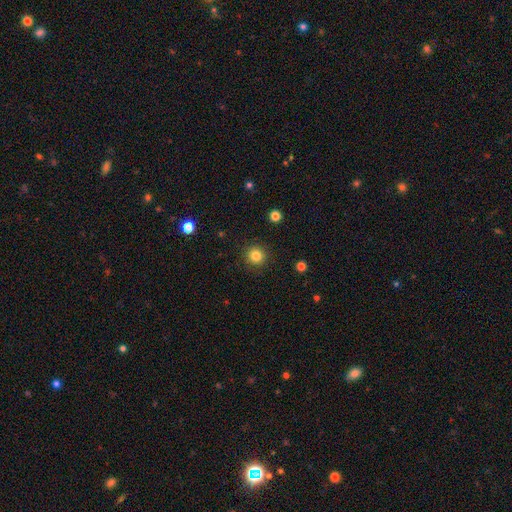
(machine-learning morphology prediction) smooth-or-featured: smooth: 83% | star or artifact: 12% | featured or disk: 5%
  how-rounded: round: 94% | in between: 5% | cigar-shaped: 1%
  merging: none: 91% | minor disturbance: 6% | major disturbance: 2% | merger: 1%